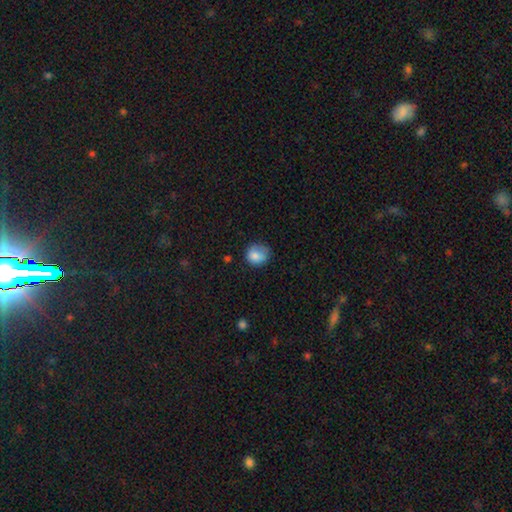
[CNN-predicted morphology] A smooth galaxy with no disk features (82%) that is round (76%). Merging: none (60%).